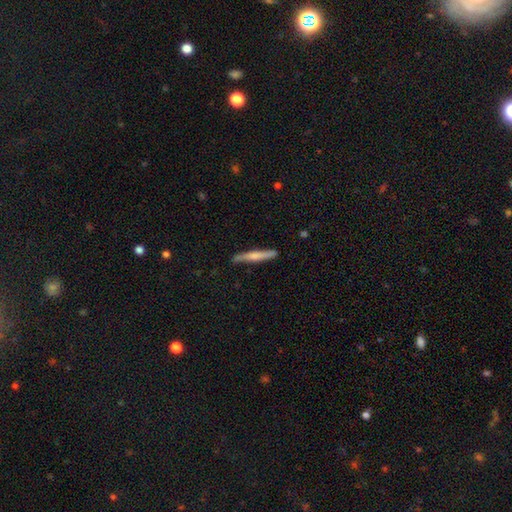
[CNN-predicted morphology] The model was most divided on "smooth or featured": smooth: 51%, featured or disk: 44%, star or artifact: 5%. More confident: how rounded — cigar-shaped (95%); merging — none (85%).